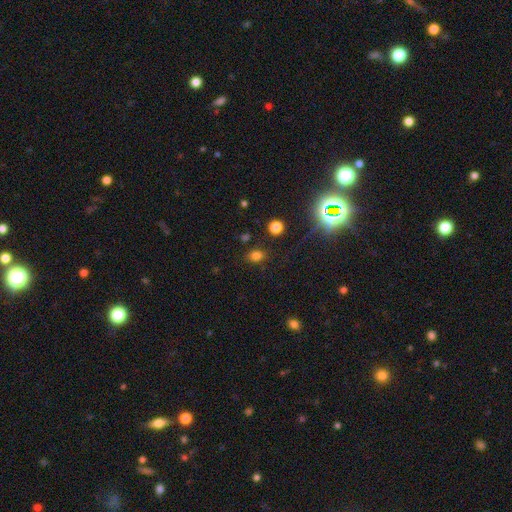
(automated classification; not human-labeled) smooth 74%, star or artifact 20%, featured or disk 6%. Down the decision tree: how rounded — in between (53%); merging — none (80%).